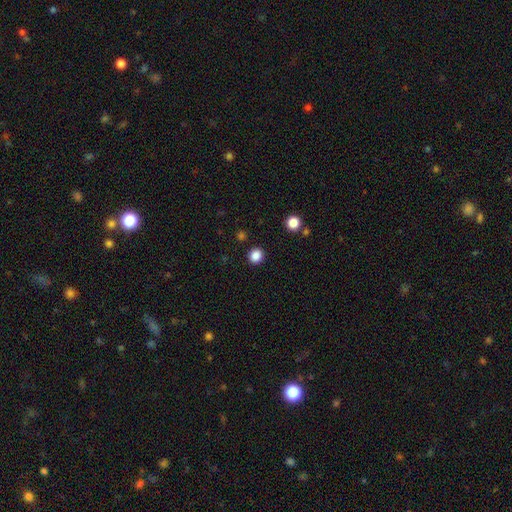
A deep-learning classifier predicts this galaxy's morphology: smooth 85%, star or artifact 12%, featured or disk 3%. Down the decision tree: how rounded — round (90%); merging — none (92%).